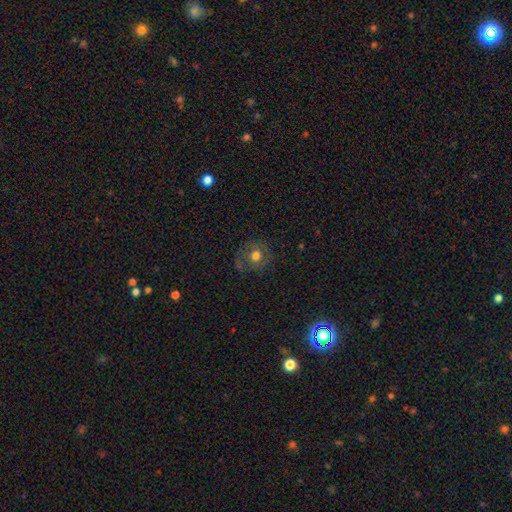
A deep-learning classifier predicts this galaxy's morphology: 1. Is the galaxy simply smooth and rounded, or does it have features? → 63% smooth, 24% featured or disk, 13% star or artifact.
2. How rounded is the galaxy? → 87% round, 12% in between, 1% cigar-shaped.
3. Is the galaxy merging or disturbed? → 76% none, 15% minor disturbance, 7% major disturbance, 2% merger.